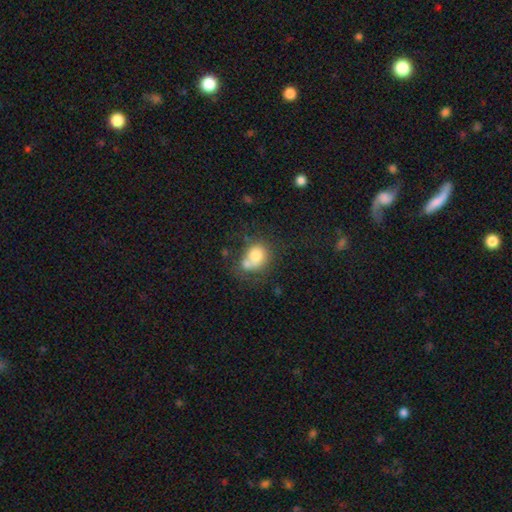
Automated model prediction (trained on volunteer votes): This appears to be a smooth galaxy with no disk features (71%) that is round (61%). Merging: merger (41%).